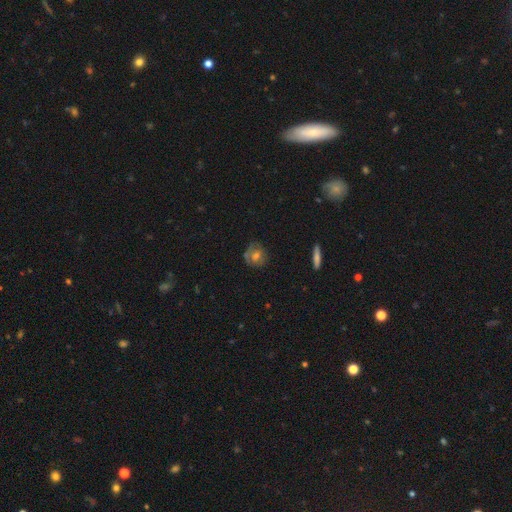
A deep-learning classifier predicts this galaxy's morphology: Smooth or featured: smooth — 46% (featured or disk — 44%)
Merging: none — 69% (minor disturbance — 20%)